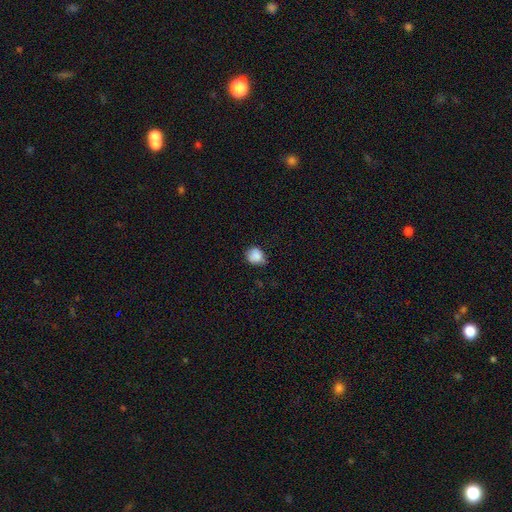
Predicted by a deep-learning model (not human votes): Smooth or featured?
  - smooth: 84% *
  - star or artifact: 9%
  - featured or disk: 6%
How rounded?
  - round: 71% *
  - in between: 28%
  - cigar-shaped: 1%
Merging?
  - none: 62% *
  - minor disturbance: 30%
  - major disturbance: 6%
  - merger: 2%